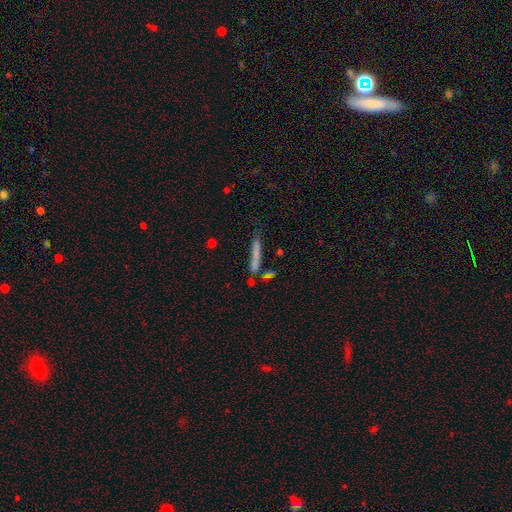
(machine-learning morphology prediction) smooth 65%, featured or disk 26%, star or artifact 9%. Down the decision tree: how rounded — cigar-shaped (94%); merging — none (64%).